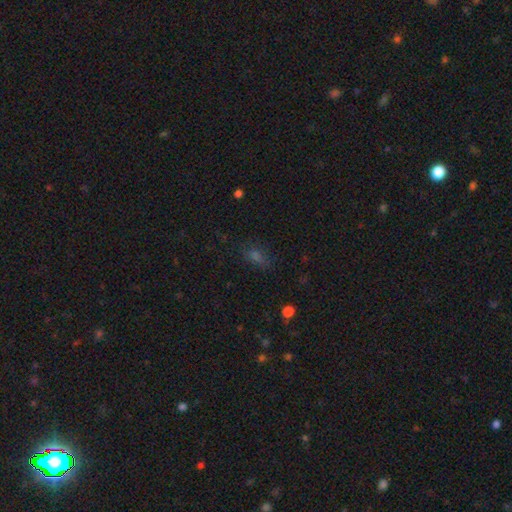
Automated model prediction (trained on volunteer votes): Overall: smooth (54%; star or artifact 34%). How rounded: in between (74%). Merging: none (76%).